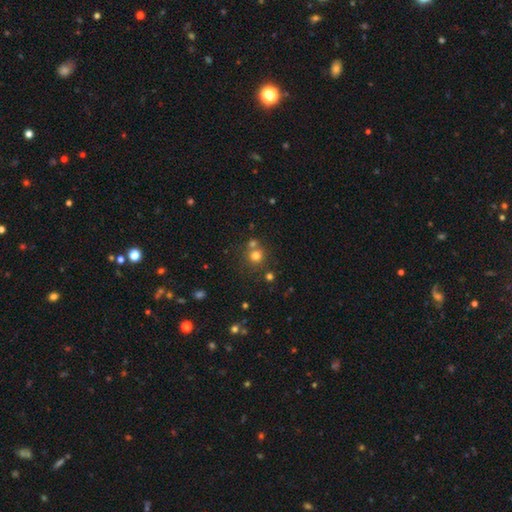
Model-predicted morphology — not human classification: Q: Smooth or featured?
A: smooth (73%); runner-up: star or artifact (18%)
Q: How rounded?
A: round (91%); runner-up: in between (8%)
Q: Merging?
A: none (62%); runner-up: merger (27%)